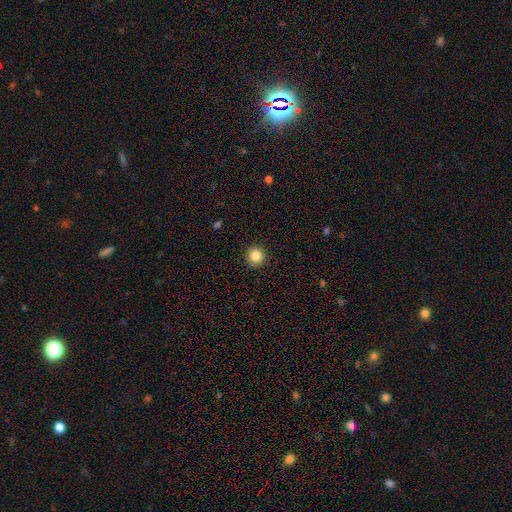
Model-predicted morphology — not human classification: A smooth galaxy with no disk features (84%) that is round (93%).

Vote fractions:
- Smooth or featured? smooth: 84% / star or artifact: 11% / featured or disk: 5%
- How rounded? round: 93% / in between: 6% / cigar-shaped: 1%
- Merging? none: 92% / minor disturbance: 5% / major disturbance: 2% / merger: 1%